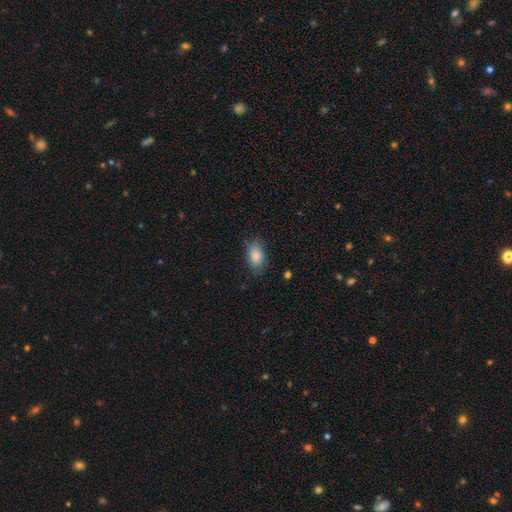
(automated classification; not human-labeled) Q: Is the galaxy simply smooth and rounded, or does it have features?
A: smooth — 83%.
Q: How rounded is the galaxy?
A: in between — 89%.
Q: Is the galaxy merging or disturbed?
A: none — 74%.